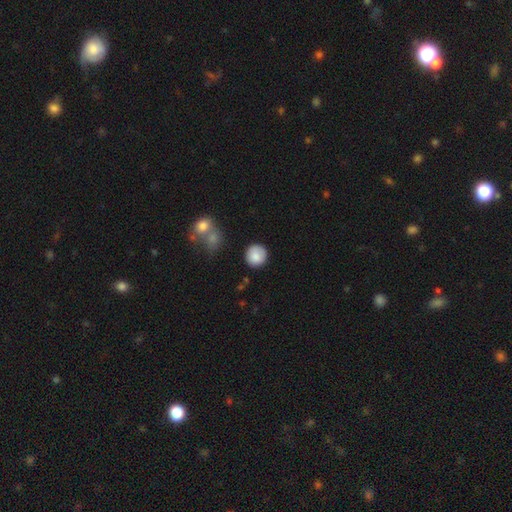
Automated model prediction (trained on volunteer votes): Smooth or featured?
  - smooth: 86% *
  - star or artifact: 7%
  - featured or disk: 7%
How rounded?
  - round: 92% *
  - in between: 7%
  - cigar-shaped: 1%
Merging?
  - none: 83% *
  - minor disturbance: 11%
  - merger: 3%
  - major disturbance: 3%